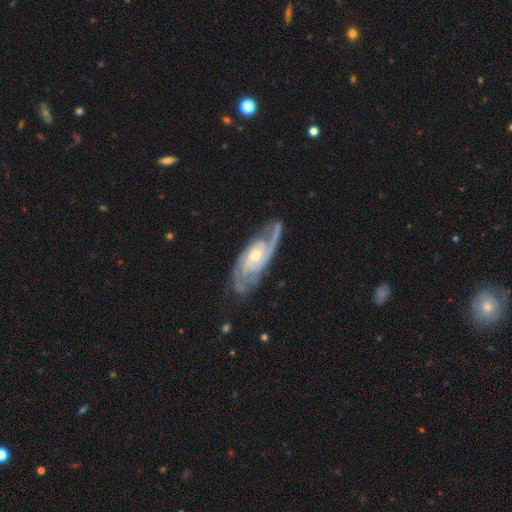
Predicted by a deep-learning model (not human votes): Overall: featured or disk (90%). Edge-on disk: no (93%). Bar: no (60%; weak 33%). Spiral arms: yes (97%). Spiral arm count: 2 (53%; 3 20%). Spiral winding: tight (46%; medium 43%). Bulge size: moderate (48%; small 47%). Merging: none (70%).